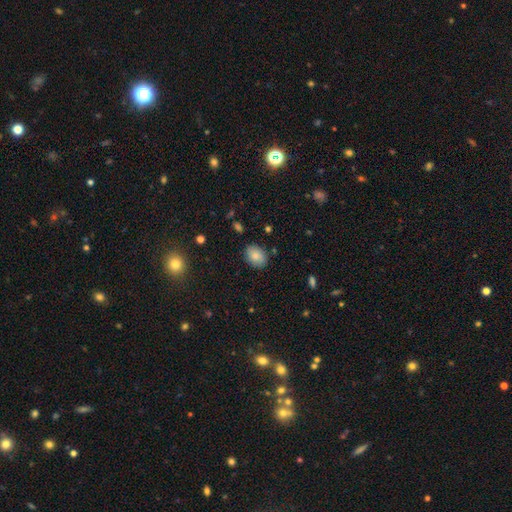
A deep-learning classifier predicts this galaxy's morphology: Smooth or featured? Predicted: smooth (p=0.84). How rounded? Predicted: in between (p=0.74). Merging? Predicted: none (p=0.85).